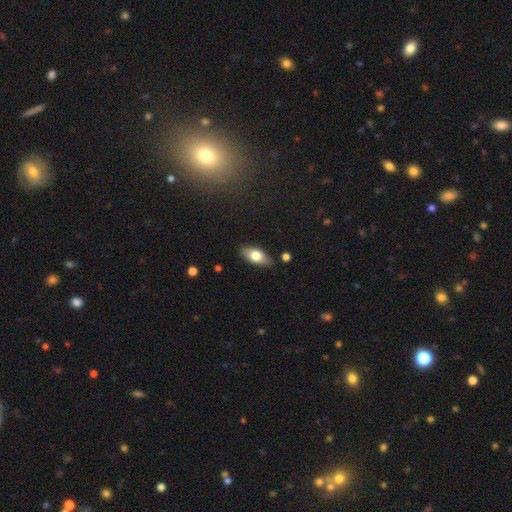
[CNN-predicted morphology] The model was most divided on "smooth or featured": smooth: 73%, featured or disk: 20%, star or artifact: 7%. More confident: how rounded — in between (88%); merging — none (85%).